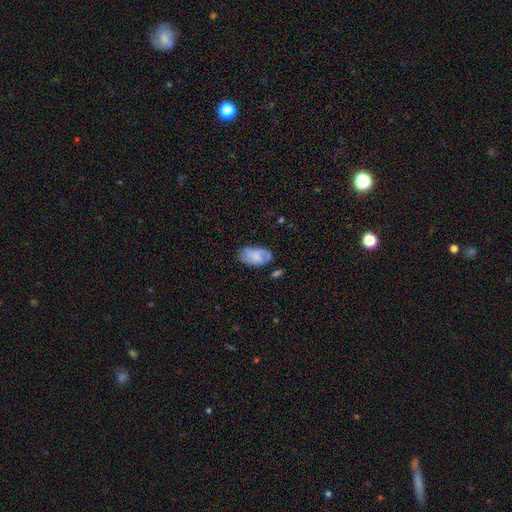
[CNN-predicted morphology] This appears to be a smooth galaxy with no disk features (67%) that is in between round and cigar-shaped (94%). Merging: none (62%).